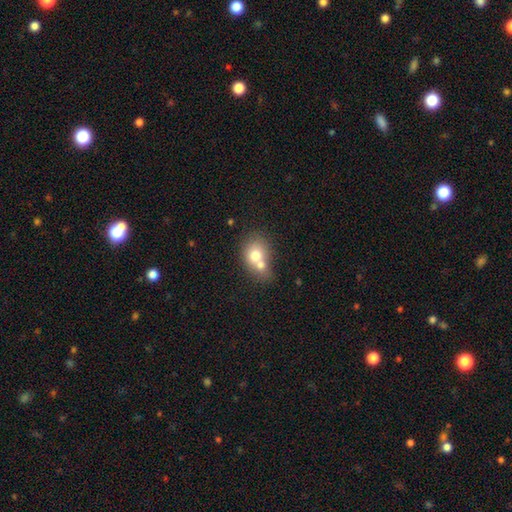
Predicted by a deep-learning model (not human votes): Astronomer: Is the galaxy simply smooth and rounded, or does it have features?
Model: smooth — 68%.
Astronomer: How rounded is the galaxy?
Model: round — 53% (runner-up: in between, 46%).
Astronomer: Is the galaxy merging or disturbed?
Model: merger — 64%.